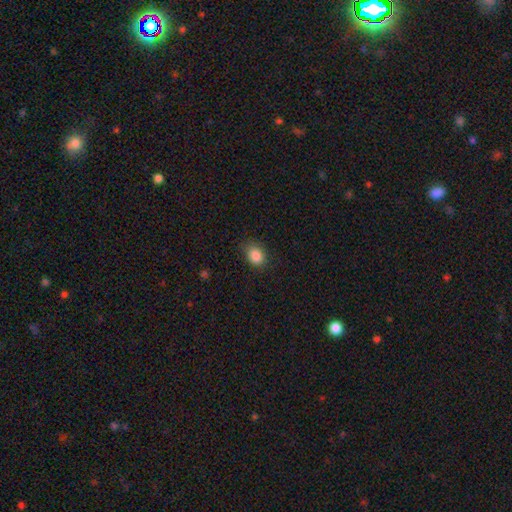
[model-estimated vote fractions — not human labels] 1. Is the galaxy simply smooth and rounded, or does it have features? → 86% smooth, 10% star or artifact, 4% featured or disk.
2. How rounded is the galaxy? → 57% in between, 42% round, 1% cigar-shaped.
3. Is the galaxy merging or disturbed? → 79% none, 17% minor disturbance, 4% major disturbance, 1% merger.